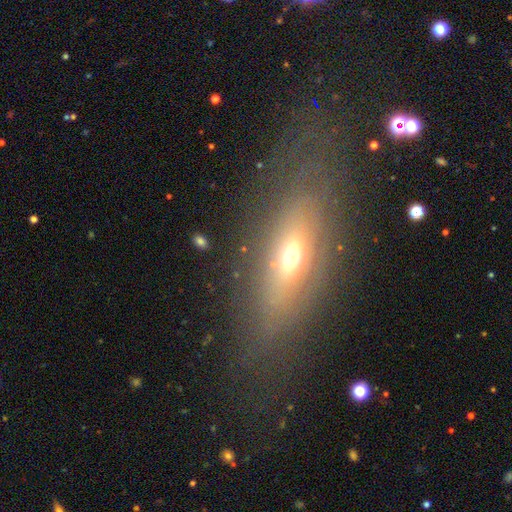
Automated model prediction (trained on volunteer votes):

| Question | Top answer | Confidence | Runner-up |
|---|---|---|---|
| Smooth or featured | smooth | 46% | featured or disk (39%) |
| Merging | none | 77% | minor disturbance (13%) |